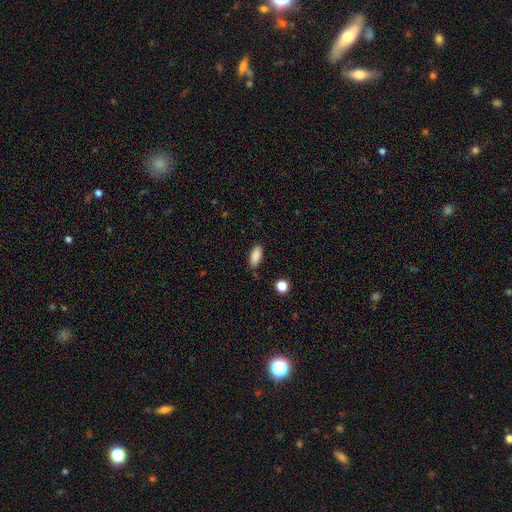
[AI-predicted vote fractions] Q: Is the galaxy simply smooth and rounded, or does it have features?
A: smooth — 88%.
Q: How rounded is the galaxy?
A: in between — 83%.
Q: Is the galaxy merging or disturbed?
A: none — 77%.